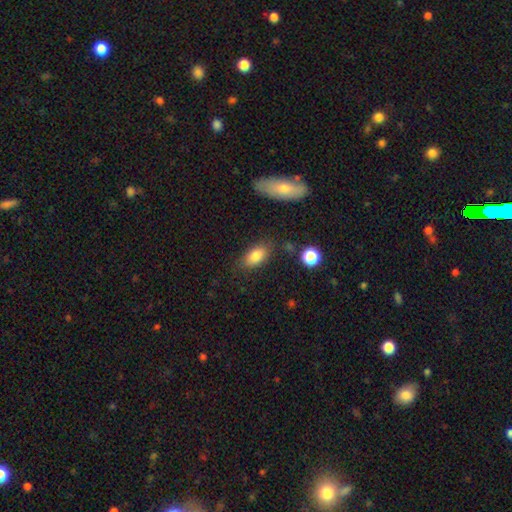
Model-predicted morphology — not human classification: Smooth or featured? Predicted: smooth (p=0.82). How rounded? Predicted: in between (p=0.87). Merging? Predicted: none (p=0.78).